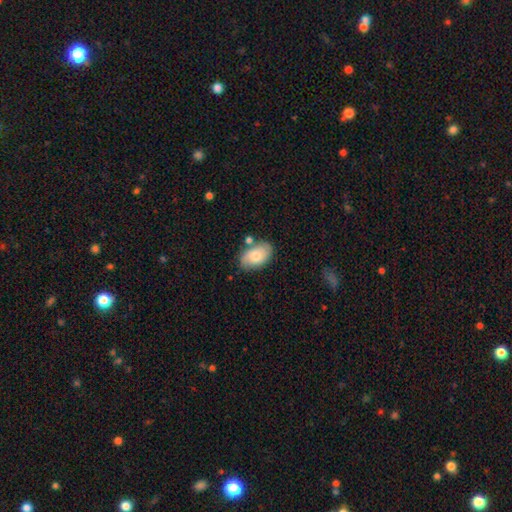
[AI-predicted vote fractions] Morphology: type=smooth (70%); roundness=in between (91%); merging=none (69%).